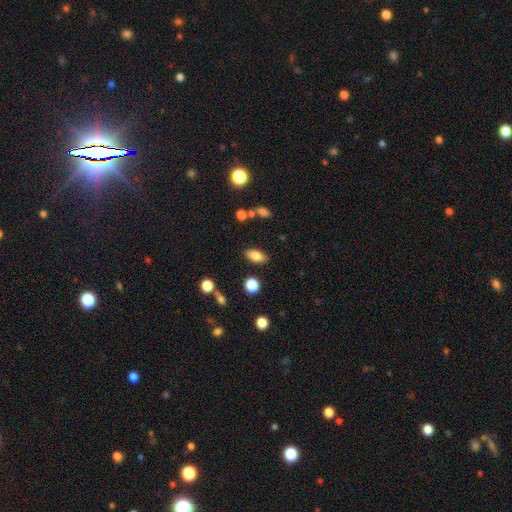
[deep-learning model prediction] Smooth or featured? Predicted: smooth (p=0.80). How rounded? Predicted: in between (p=0.88). Merging? Predicted: none (p=0.83).